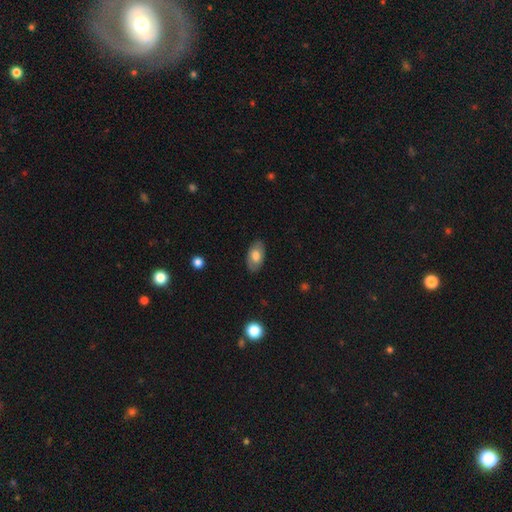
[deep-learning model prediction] Smooth or featured? Predicted: smooth (p=0.72). How rounded? Predicted: in between (p=0.93). Merging? Predicted: none (p=0.85).